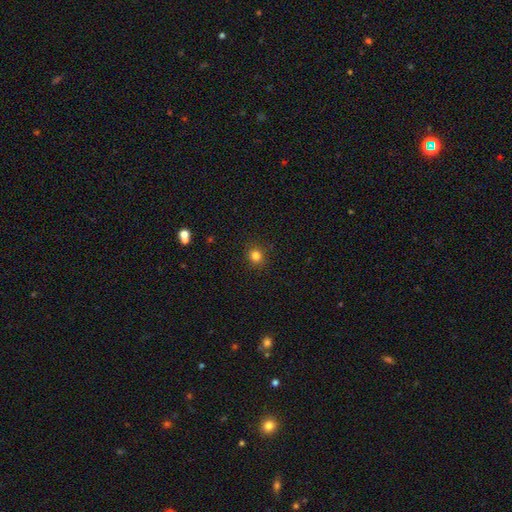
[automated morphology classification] Overall: smooth (82%). How rounded: round (86%). Merging: none (90%).